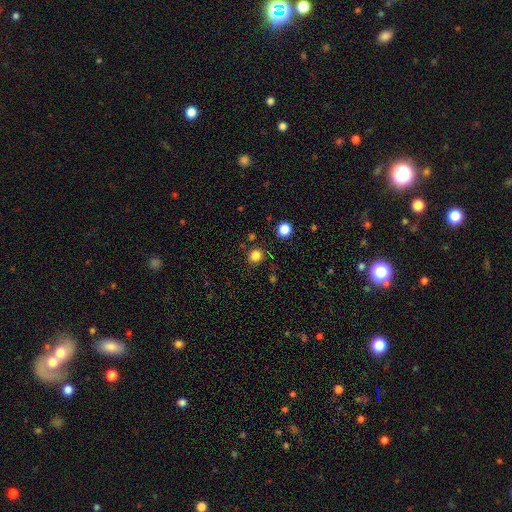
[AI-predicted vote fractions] Overall: smooth (81%). How rounded: round (89%). Merging: none (87%).